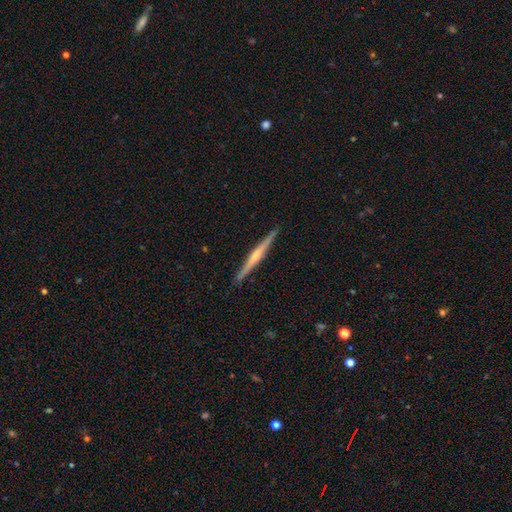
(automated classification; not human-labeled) The model was most divided on "edge-on bulge": rounded: 61%, none: 26%, boxy: 14%. More confident: edge-on disk — yes (98%); merging — none (92%); smooth or featured — featured or disk (72%).